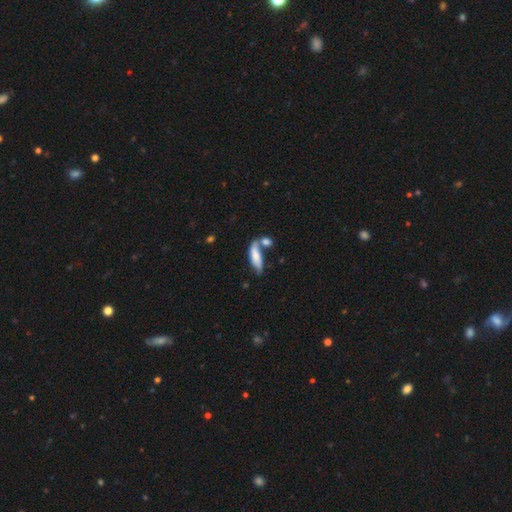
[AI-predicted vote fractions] Morphology: type=smooth (67%); roundness=in between (55%); merging=merger (38%).